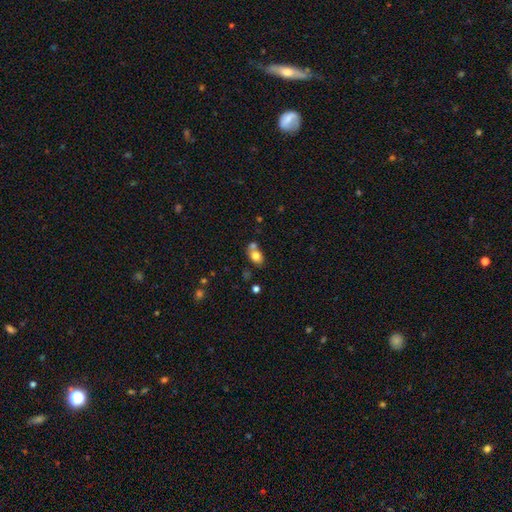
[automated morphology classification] Smooth or featured?
  - smooth: 76% *
  - featured or disk: 15%
  - star or artifact: 9%
How rounded?
  - in between: 70% *
  - round: 28%
  - cigar-shaped: 2%
Merging?
  - none: 45% *
  - merger: 39%
  - minor disturbance: 12%
  - major disturbance: 4%